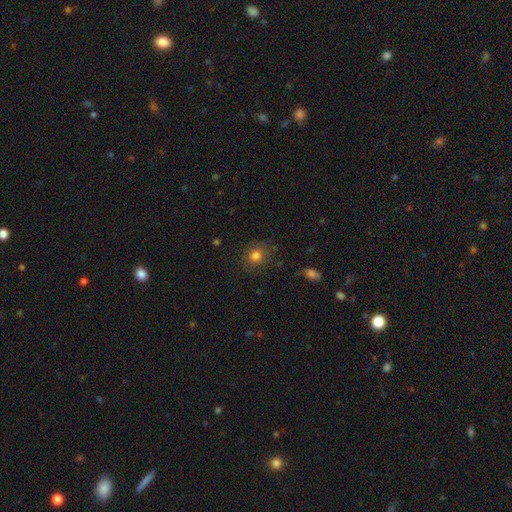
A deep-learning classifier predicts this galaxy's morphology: smooth_or_featured: smooth (p=0.79) [alt: star or artifact p=0.13]
how_rounded: round (p=0.77) [alt: in between p=0.22]
merging: none (p=0.79) [alt: minor disturbance p=0.14]